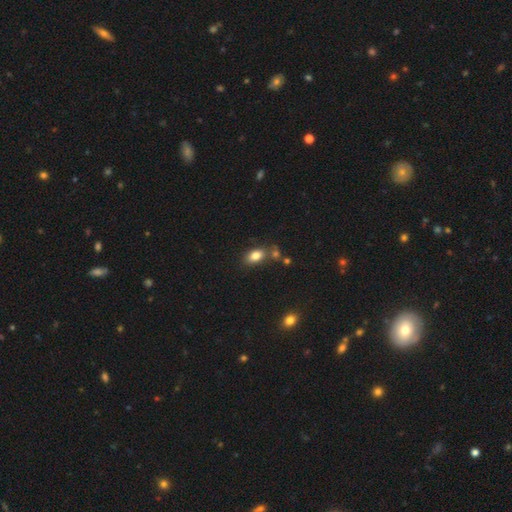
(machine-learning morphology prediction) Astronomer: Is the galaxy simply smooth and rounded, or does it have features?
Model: smooth — 83%.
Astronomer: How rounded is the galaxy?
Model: in between — 87%.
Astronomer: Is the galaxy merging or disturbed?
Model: none — 68%.